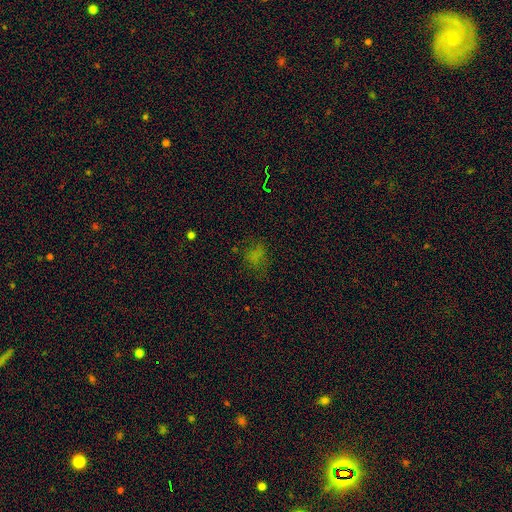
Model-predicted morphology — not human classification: smooth 56%, star or artifact 31%, featured or disk 14%. Down the decision tree: how rounded — in between (58%); merging — none (56%).